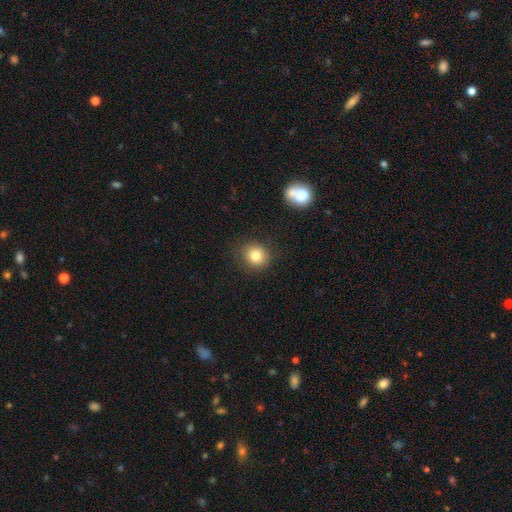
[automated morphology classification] This is clearly a smooth galaxy (80%). How rounded: clearly round (85%). Merging: clearly none (85%).